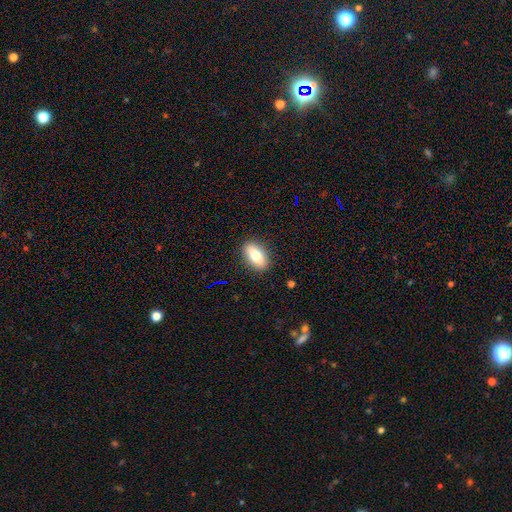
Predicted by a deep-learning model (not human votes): smooth 72%, featured or disk 20%, star or artifact 8%. Down the decision tree: how rounded — in between (84%); merging — none (88%).